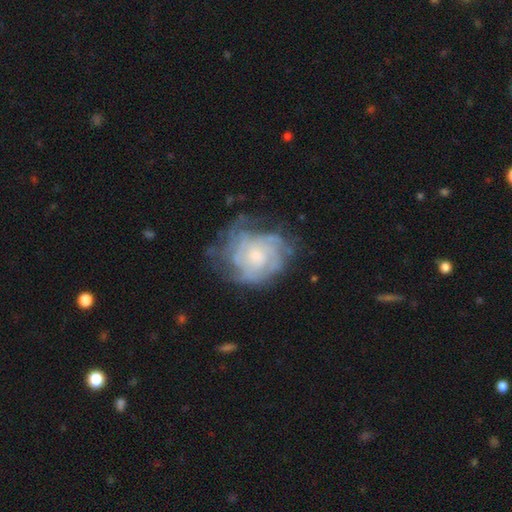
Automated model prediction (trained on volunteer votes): Overall: featured or disk (76%). Edge-on disk: no (98%). Bar: no (75%). Spiral arms: yes (85%). Spiral arm count: can't tell (53%). Spiral winding: tight (63%; medium 28%). Bulge size: small (45%; moderate 41%). Merging: none (54%; minor disturbance 26%).